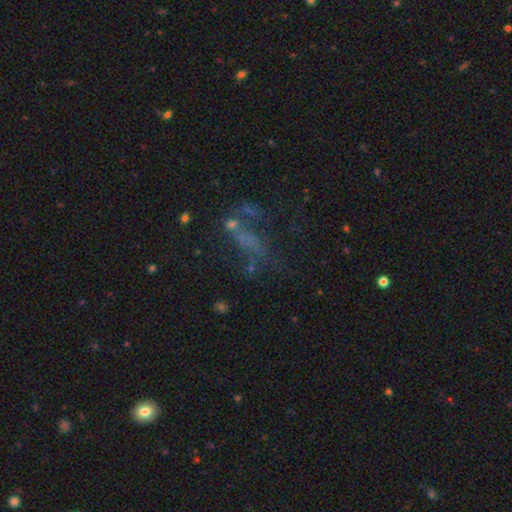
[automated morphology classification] This appears to be a featured or disk galaxy (39%). Merging: none (38%).